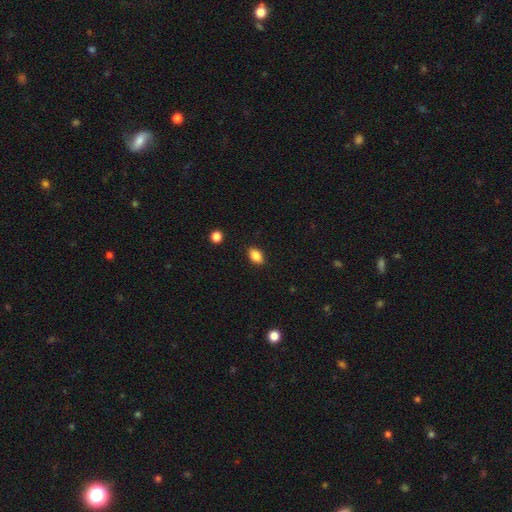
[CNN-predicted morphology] Smooth or featured? Predicted: smooth (p=0.86). How rounded? Predicted: in between (p=0.86). Merging? Predicted: none (p=0.88).